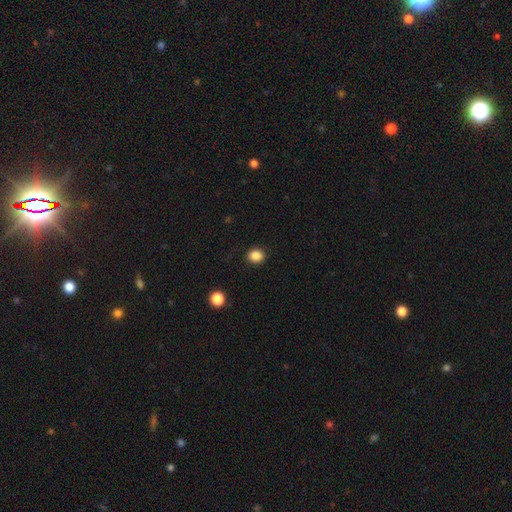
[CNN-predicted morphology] Smooth or featured? smooth (86%)
How rounded? round (72%)
Merging? none (89%)